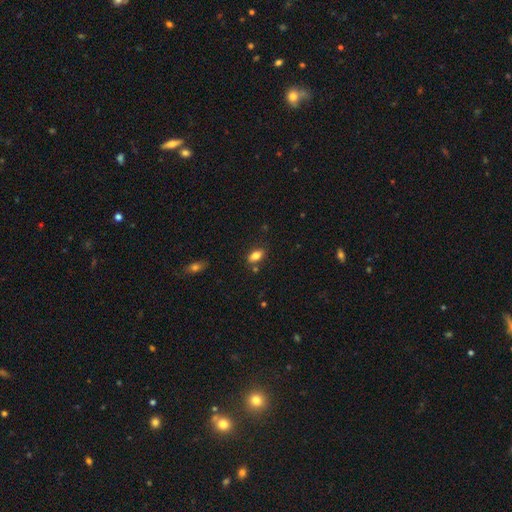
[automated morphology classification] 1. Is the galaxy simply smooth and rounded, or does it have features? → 81% smooth, 10% featured or disk, 9% star or artifact.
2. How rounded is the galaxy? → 88% in between, 7% round, 5% cigar-shaped.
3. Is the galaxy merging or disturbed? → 79% none, 13% minor disturbance, 6% merger, 3% major disturbance.